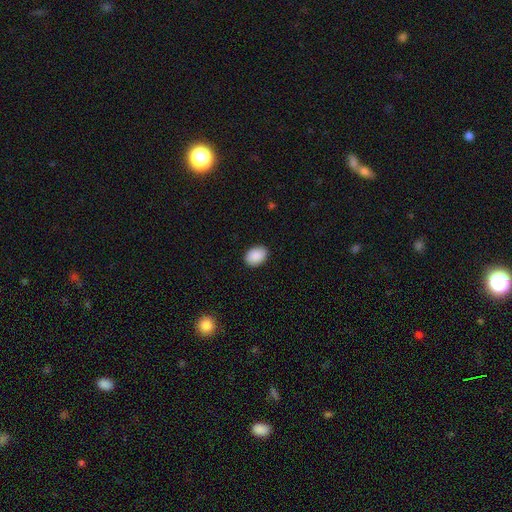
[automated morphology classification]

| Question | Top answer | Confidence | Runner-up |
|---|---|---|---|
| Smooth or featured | smooth | 90% | star or artifact (6%) |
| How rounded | in between | 77% | round (22%) |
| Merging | none | 89% | minor disturbance (8%) |